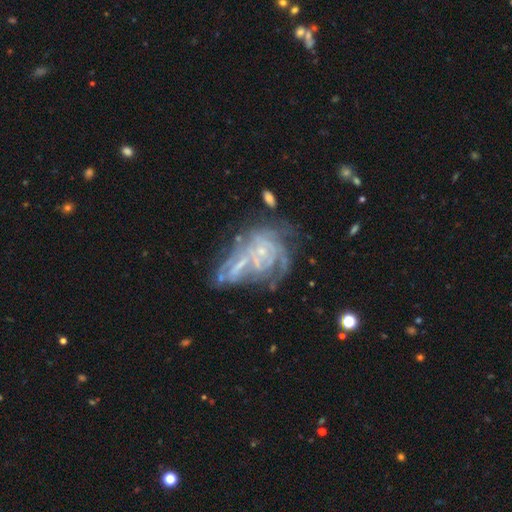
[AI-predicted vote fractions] Q: Smooth or featured?
A: featured or disk (68%); runner-up: star or artifact (19%)
Q: Edge-on disk?
A: no (95%); runner-up: yes (5%)
Q: Bar?
A: no (67%); runner-up: weak (23%)
Q: Spiral arms?
A: yes (74%); runner-up: no (26%)
Q: Bulge size?
A: small (71%); runner-up: moderate (13%)
Q: Merging?
A: none (38%); runner-up: merger (23%)